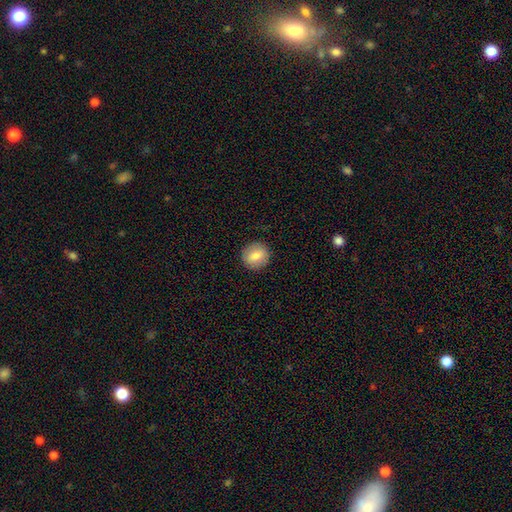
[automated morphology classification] Smooth or featured?
  - smooth: 79% *
  - featured or disk: 13%
  - star or artifact: 8%
How rounded?
  - round: 86% *
  - in between: 13%
  - cigar-shaped: 1%
Merging?
  - none: 90% *
  - minor disturbance: 7%
  - major disturbance: 2%
  - merger: 1%